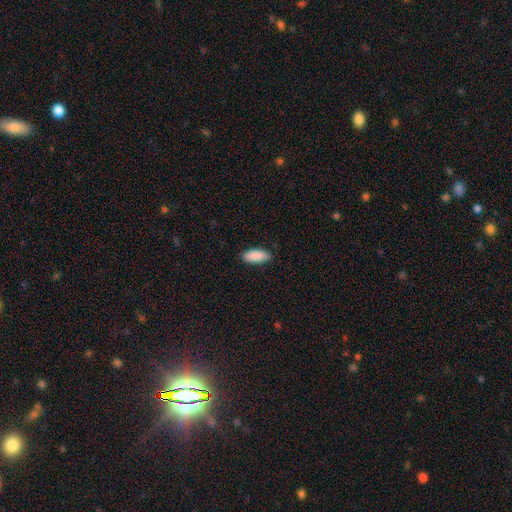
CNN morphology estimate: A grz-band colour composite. It shows a smooth galaxy with no disk features (90%) that is in between round and cigar-shaped (84%). Merging: none (86%).